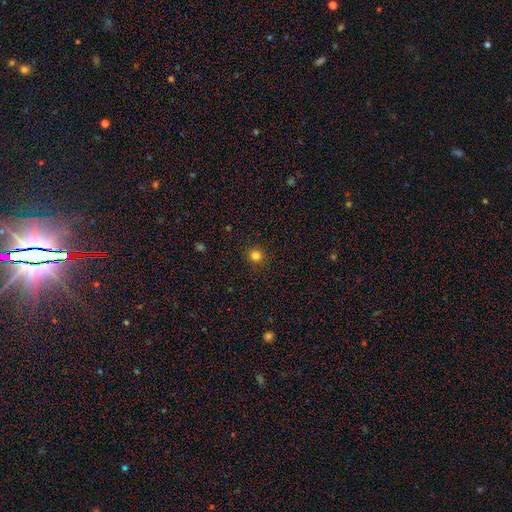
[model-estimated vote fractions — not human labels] This is clearly a smooth galaxy (81%). How rounded: clearly round (93%). Merging: clearly none (91%).